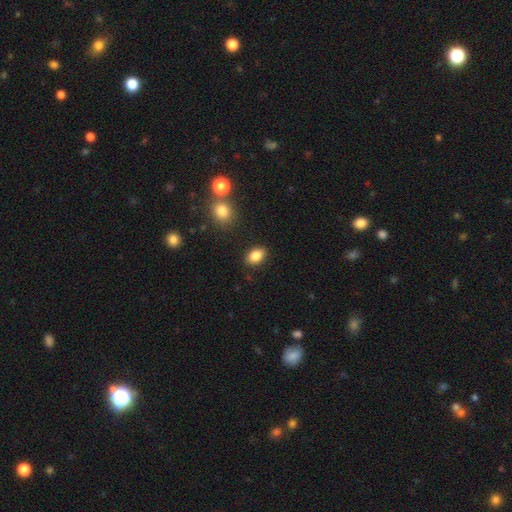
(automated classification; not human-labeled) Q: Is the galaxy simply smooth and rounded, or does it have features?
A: smooth — 86%.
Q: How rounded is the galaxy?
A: in between — 85%.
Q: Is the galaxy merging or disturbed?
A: none — 88%.